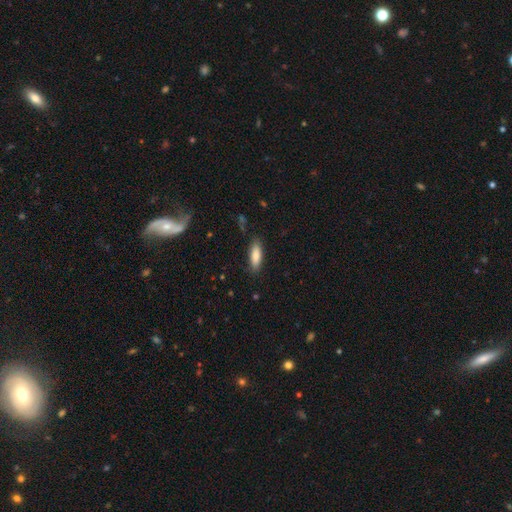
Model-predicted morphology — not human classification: A smooth galaxy with no disk features (84%) that is in between round and cigar-shaped (65%). Merging: none (82%).